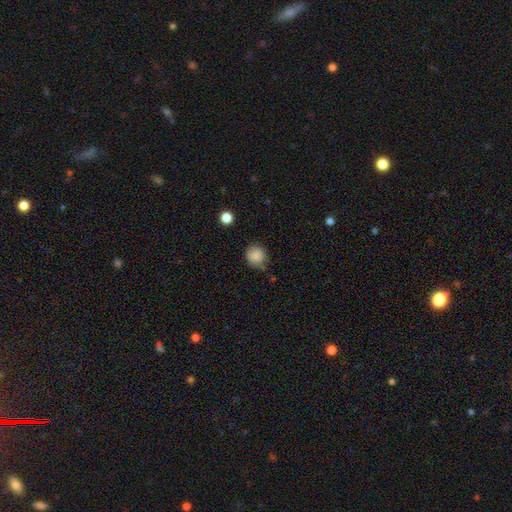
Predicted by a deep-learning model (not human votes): Q: Smooth or featured?
A: smooth (86%); runner-up: star or artifact (9%)
Q: How rounded?
A: round (87%); runner-up: in between (12%)
Q: Merging?
A: none (65%); runner-up: minor disturbance (27%)